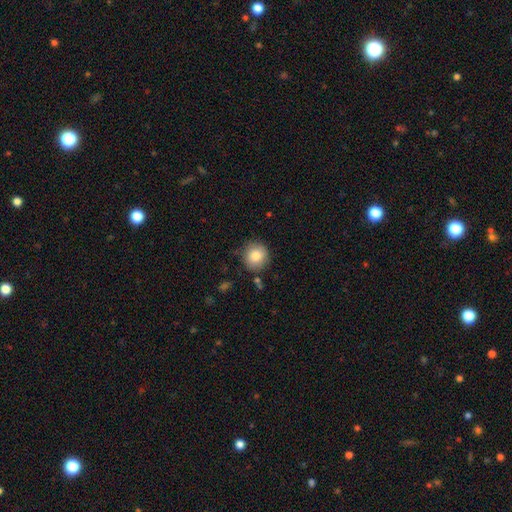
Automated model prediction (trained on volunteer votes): A smooth galaxy with no disk features (83%) that is round (90%). Merging: none (83%).